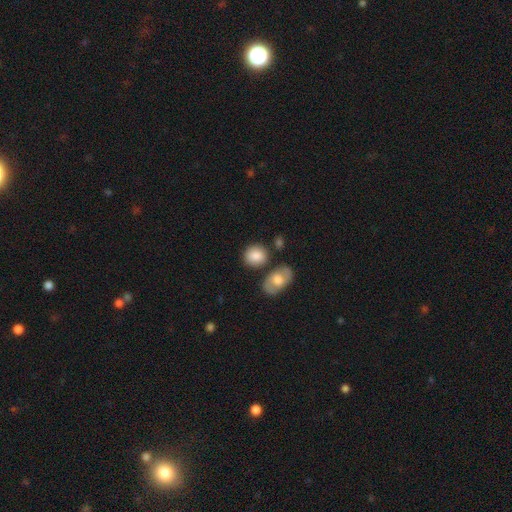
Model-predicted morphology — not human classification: This appears to be a smooth galaxy with no disk features (83%) that is round (67%). Merging: none (74%).